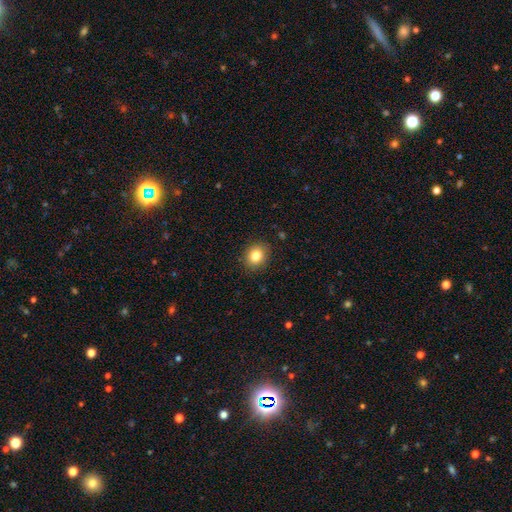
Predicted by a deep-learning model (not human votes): Smooth or featured?
  - smooth: 83% *
  - star or artifact: 10%
  - featured or disk: 7%
How rounded?
  - round: 66% *
  - in between: 33%
  - cigar-shaped: 1%
Merging?
  - none: 88% *
  - minor disturbance: 8%
  - major disturbance: 2%
  - merger: 1%